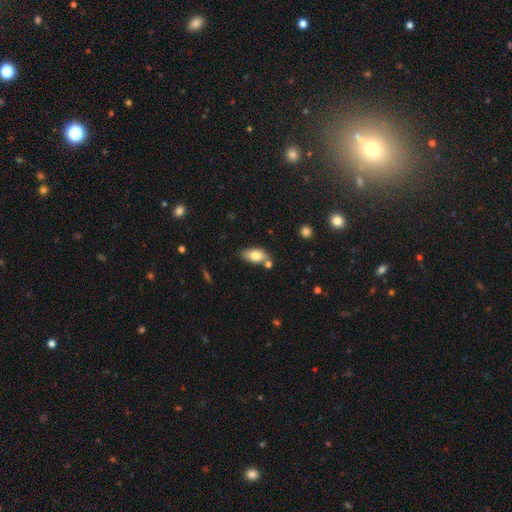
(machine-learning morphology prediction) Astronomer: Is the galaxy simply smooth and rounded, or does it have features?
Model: smooth — 78%.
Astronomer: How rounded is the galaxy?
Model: in between — 90%.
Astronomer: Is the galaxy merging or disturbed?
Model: none — 70%.